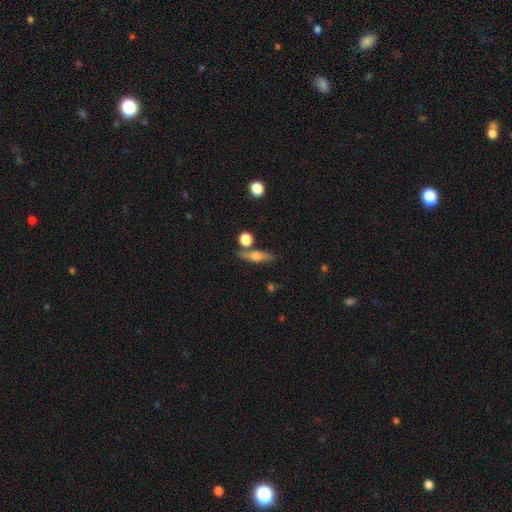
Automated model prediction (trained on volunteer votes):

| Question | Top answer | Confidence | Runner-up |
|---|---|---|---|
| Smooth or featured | smooth | 49% | featured or disk (42%) |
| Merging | none | 74% | minor disturbance (12%) |